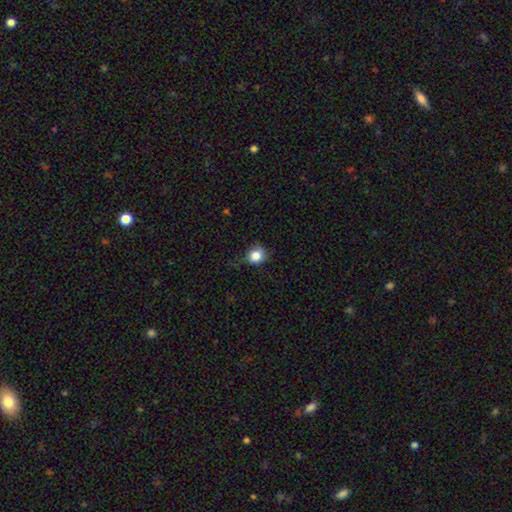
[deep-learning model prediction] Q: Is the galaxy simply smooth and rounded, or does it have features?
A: smooth — 84%.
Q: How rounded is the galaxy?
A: round — 84%.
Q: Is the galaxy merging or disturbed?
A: none — 64%.